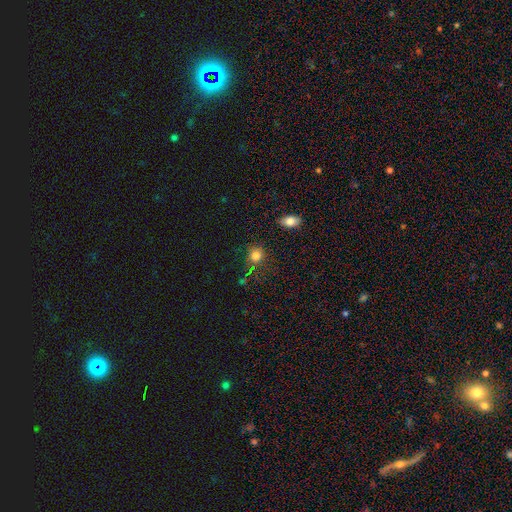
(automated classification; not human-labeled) This appears to be a smooth galaxy with no disk features (80%) that is round (83%). Merging: none (79%).